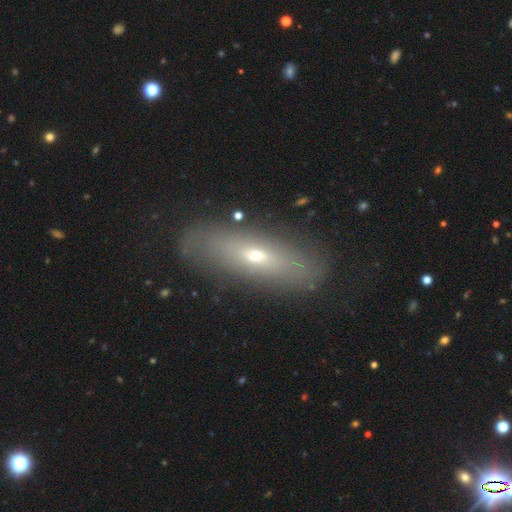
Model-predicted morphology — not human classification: Overall: featured or disk (44%, tied with smooth). Merging: none (80%).